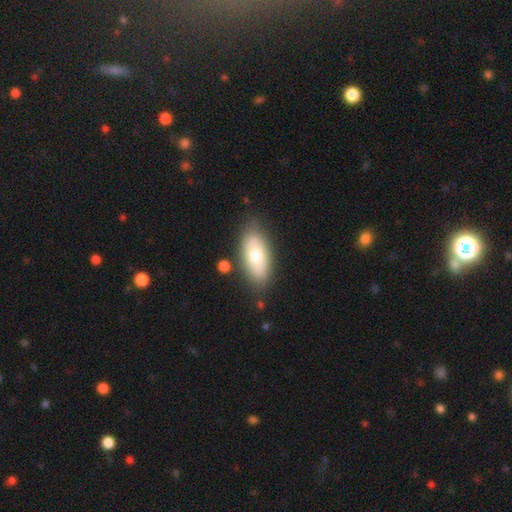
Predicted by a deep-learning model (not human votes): Smooth or featured?
  - smooth: 69% *
  - featured or disk: 25%
  - star or artifact: 6%
How rounded?
  - in between: 89% *
  - cigar-shaped: 8%
  - round: 3%
Merging?
  - none: 79% *
  - minor disturbance: 14%
  - merger: 4%
  - major disturbance: 4%